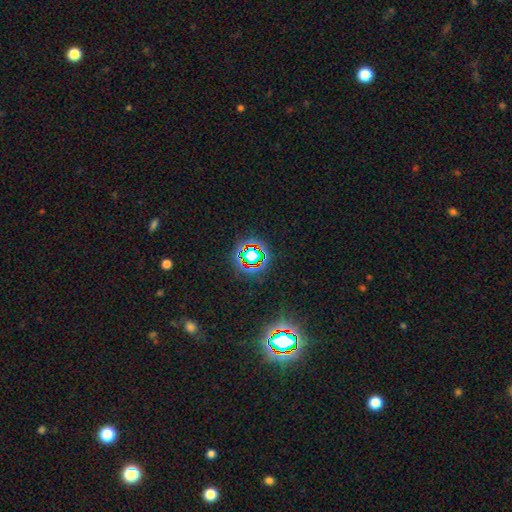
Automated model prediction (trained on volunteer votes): A star or artifact, not a galaxy (68%).